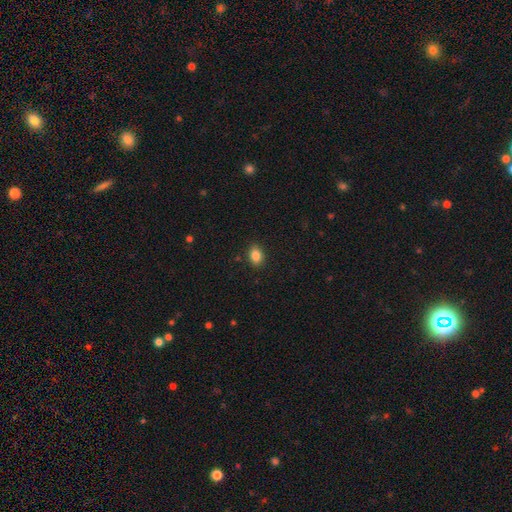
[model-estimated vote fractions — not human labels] smooth_or_featured: smooth (p=0.85) [alt: star or artifact p=0.10]
how_rounded: in between (p=0.72) [alt: round p=0.27]
merging: none (p=0.87) [alt: minor disturbance p=0.09]